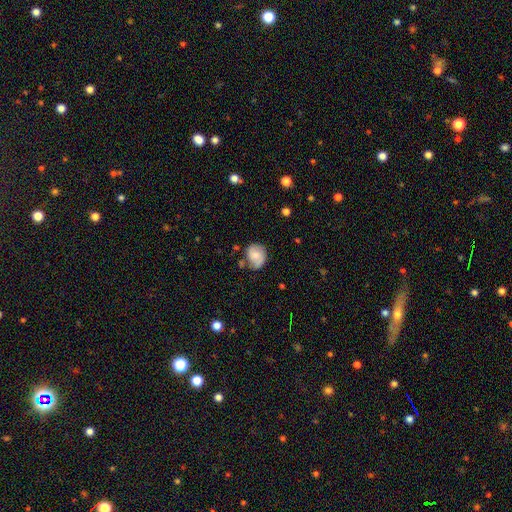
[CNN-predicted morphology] This appears to be a smooth galaxy with no disk features (57%) that is round (63%). Merging: none (62%).